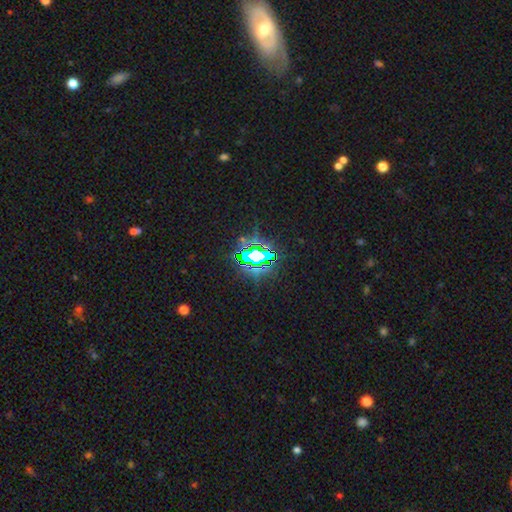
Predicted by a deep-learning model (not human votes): This appears to be a star or artifact, not a galaxy (79%).